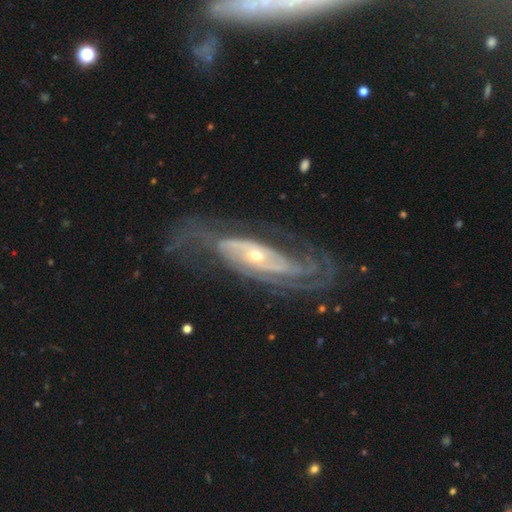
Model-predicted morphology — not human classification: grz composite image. It shows a featured or disk galaxy (89%) with no bar (60%), 2 (33%) tight (50%) spiral arms (94%) and a small central bulge (61%). Merging: none (60%).